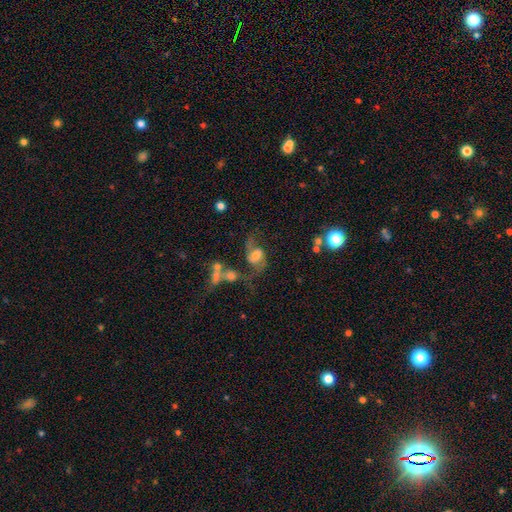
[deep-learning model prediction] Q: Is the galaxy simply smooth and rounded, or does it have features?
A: featured or disk — 72%.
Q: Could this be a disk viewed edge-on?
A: no — 96%.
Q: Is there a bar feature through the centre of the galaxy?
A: no — 45%.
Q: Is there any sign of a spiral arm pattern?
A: yes — 90%.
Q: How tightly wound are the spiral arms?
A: loose — 62%.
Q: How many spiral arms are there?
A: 2 — 88%.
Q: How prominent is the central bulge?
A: moderate — 59%.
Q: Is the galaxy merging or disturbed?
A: none — 48%.